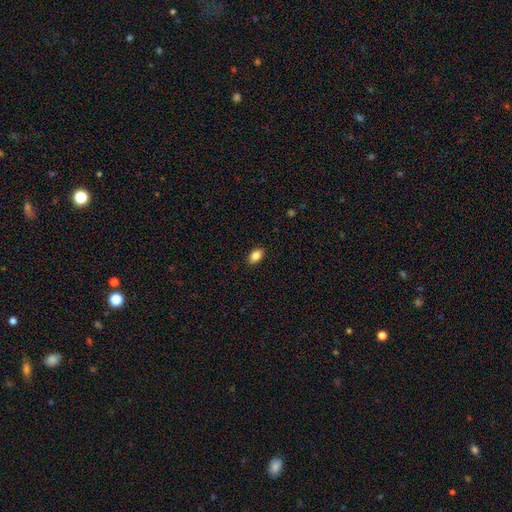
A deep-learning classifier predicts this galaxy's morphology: smooth_or_featured: smooth (p=0.87) [alt: star or artifact p=0.08]
how_rounded: in between (p=0.88) [alt: round p=0.10]
merging: none (p=0.88) [alt: minor disturbance p=0.09]